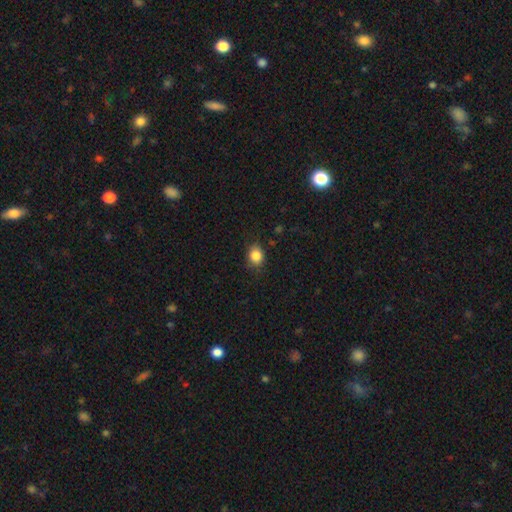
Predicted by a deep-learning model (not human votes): Smooth or featured? smooth (85%)
How rounded? round (58%)
Merging? none (77%)